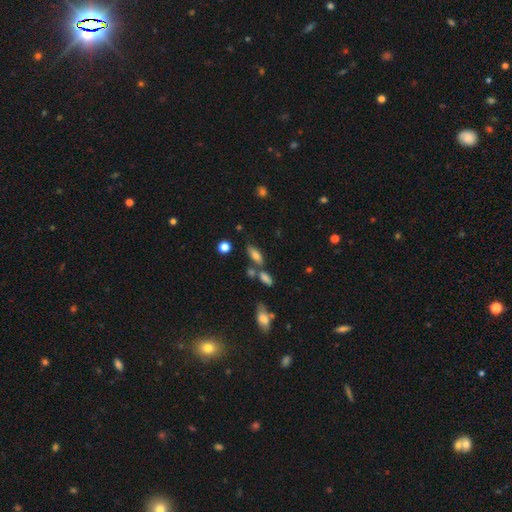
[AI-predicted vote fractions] This appears to be a smooth galaxy with no disk features (64%) that is in between round and cigar-shaped (71%). Merging: none (61%).